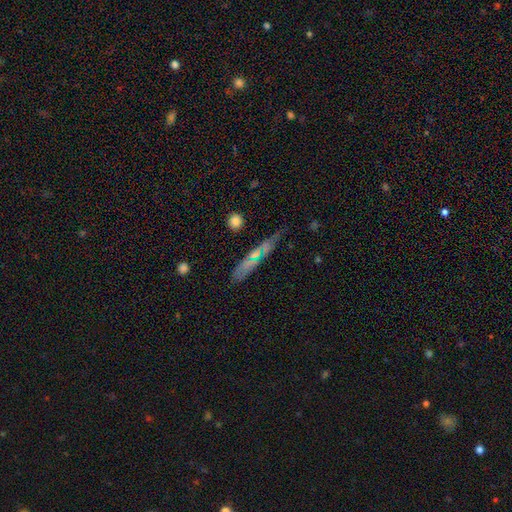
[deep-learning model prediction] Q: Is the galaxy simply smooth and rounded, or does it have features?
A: smooth — 52%.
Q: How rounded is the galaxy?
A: cigar-shaped — 79%.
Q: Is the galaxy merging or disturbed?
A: none — 73%.